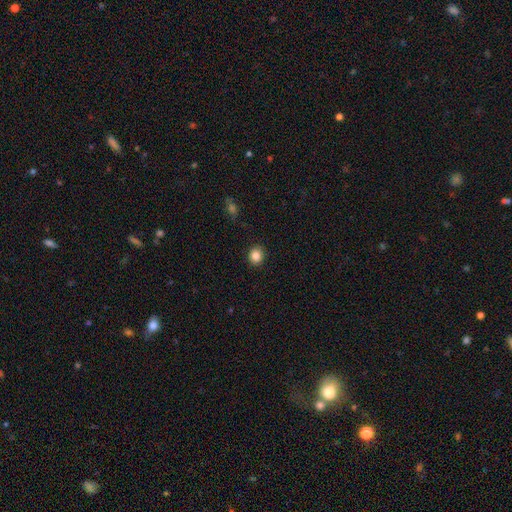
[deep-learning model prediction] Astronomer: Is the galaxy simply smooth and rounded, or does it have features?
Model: smooth — 85%.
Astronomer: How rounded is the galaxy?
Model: round — 83%.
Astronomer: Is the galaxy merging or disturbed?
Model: none — 90%.